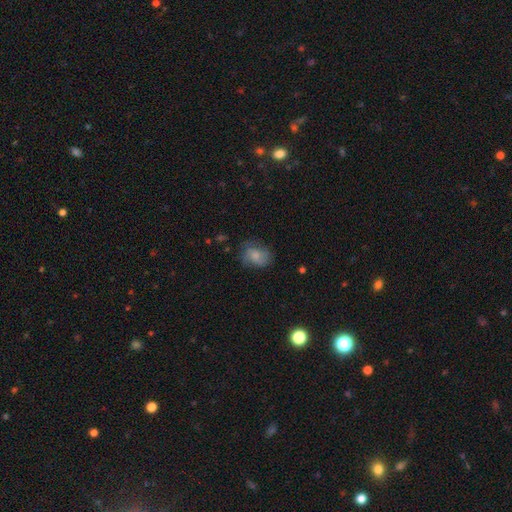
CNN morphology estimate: smooth 61%, featured or disk 30%, star or artifact 9%. Down the decision tree: how rounded — in between (58%); merging — none (62%).